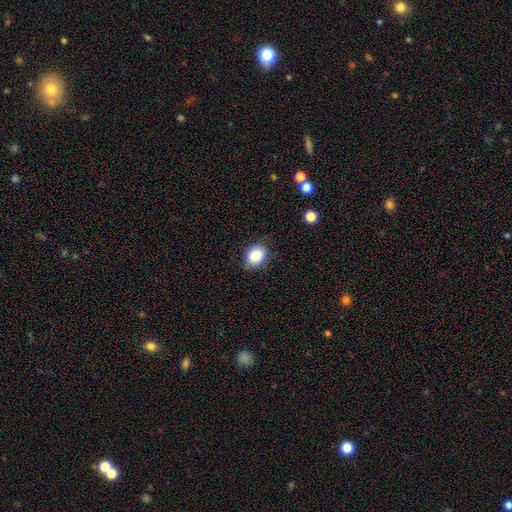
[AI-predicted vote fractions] Smooth or featured? Predicted: smooth (p=0.88). How rounded? Predicted: in between (p=0.68). Merging? Predicted: none (p=0.81).